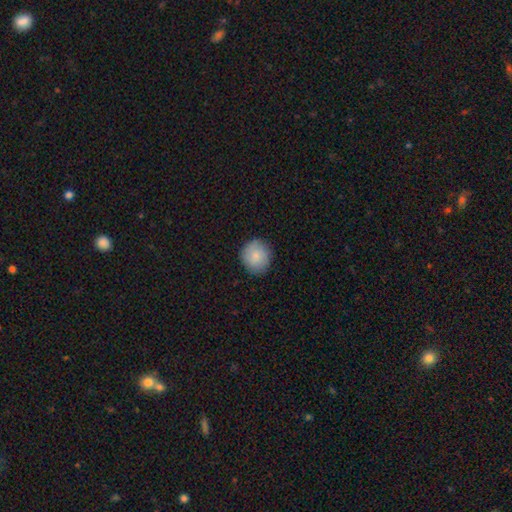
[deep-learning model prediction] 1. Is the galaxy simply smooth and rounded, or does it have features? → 84% smooth, 9% featured or disk, 7% star or artifact.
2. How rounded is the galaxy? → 87% round, 12% in between, 1% cigar-shaped.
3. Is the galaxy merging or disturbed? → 86% none, 10% minor disturbance, 2% major disturbance, 1% merger.